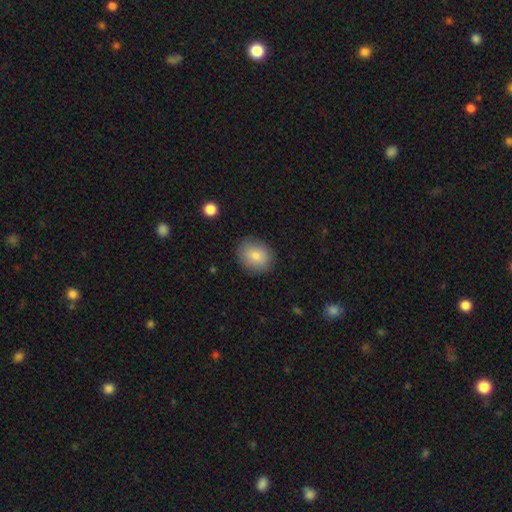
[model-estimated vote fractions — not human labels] Smooth or featured? Predicted: smooth (p=0.80). How rounded? Predicted: round (p=0.63). Merging? Predicted: none (p=0.85).